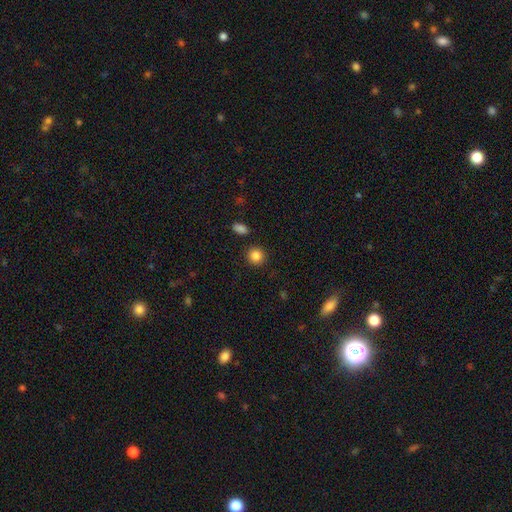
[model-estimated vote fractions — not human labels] Morphology: type=smooth (87%); roundness=round (90%); merging=none (90%).